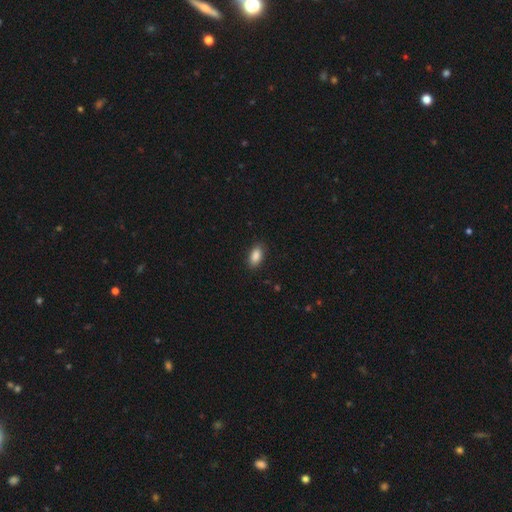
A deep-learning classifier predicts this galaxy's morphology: This appears to be a smooth galaxy with no disk features (89%) that is in between round and cigar-shaped (92%). Merging: none (88%).